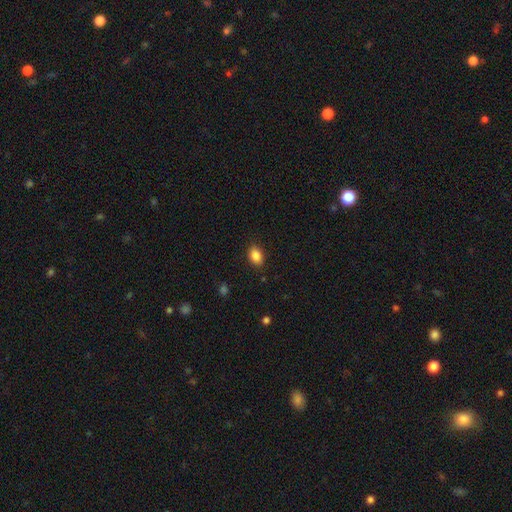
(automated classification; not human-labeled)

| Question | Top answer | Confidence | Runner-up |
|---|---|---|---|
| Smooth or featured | smooth | 87% | star or artifact (9%) |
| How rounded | in between | 79% | round (20%) |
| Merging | none | 86% | minor disturbance (10%) |